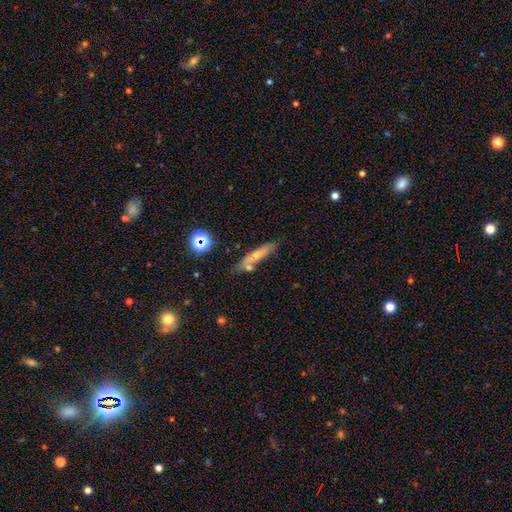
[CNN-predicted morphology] Smooth or featured: smooth — 60% (featured or disk — 28%)
How rounded: cigar-shaped — 84% (in between — 13%)
Merging: none — 69% (minor disturbance — 15%)